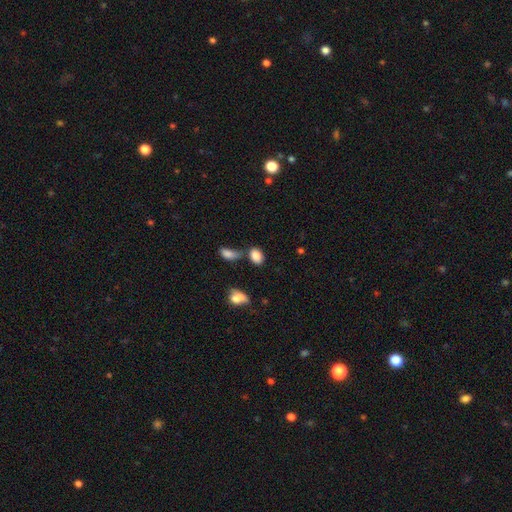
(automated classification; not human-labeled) Smooth or featured? smooth (83%)
How rounded? in between (81%)
Merging? none (54%)